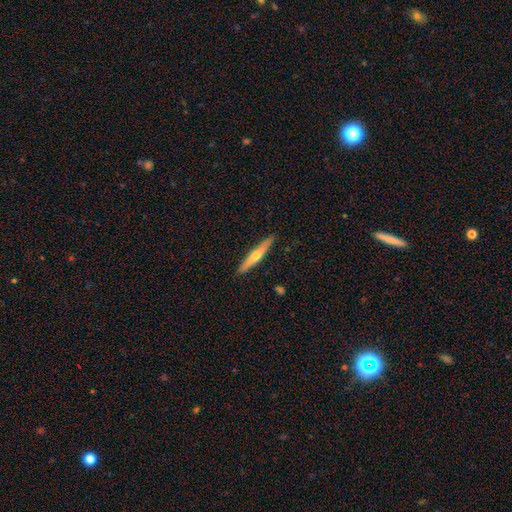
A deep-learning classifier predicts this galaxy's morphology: Smooth or featured? featured or disk (55%)
Edge-on disk? yes (96%)
Edge-on bulge? rounded (84%)
Merging? none (91%)